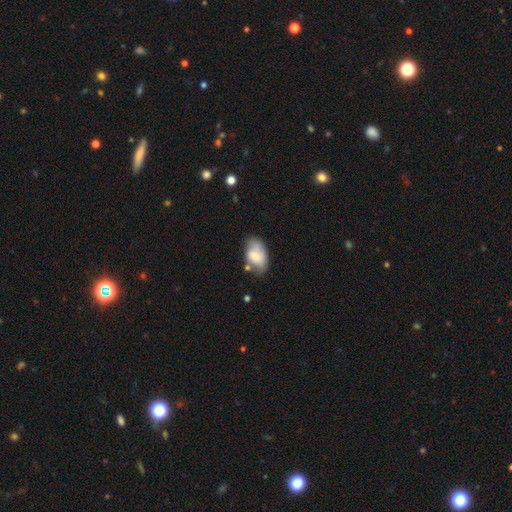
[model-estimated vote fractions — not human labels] Smooth or featured: smooth — 68% (featured or disk — 25%)
How rounded: in between — 90% (round — 8%)
Merging: none — 45% (minor disturbance — 32%)